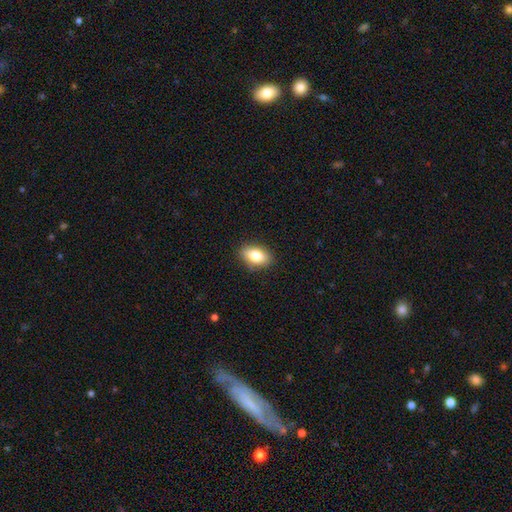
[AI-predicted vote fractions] A smooth galaxy with no disk features (80%) that is in between round and cigar-shaped (86%).

Vote fractions:
- Smooth or featured? smooth: 80% / featured or disk: 12% / star or artifact: 8%
- How rounded? in between: 86% / round: 11% / cigar-shaped: 3%
- Merging? none: 87% / minor disturbance: 10% / major disturbance: 2% / merger: 1%